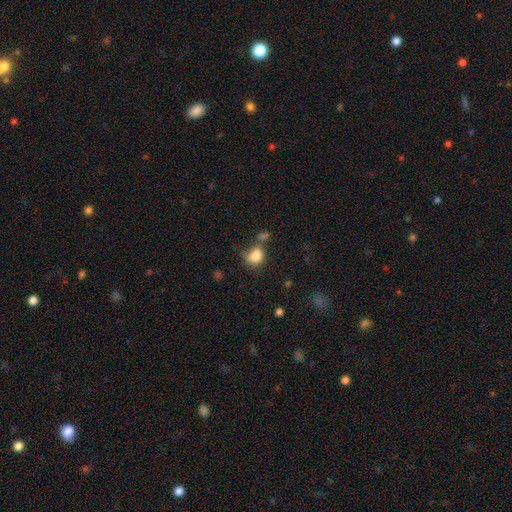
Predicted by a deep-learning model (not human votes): Morphology: type=smooth (83%); roundness=round (55%); merging=none (50%).